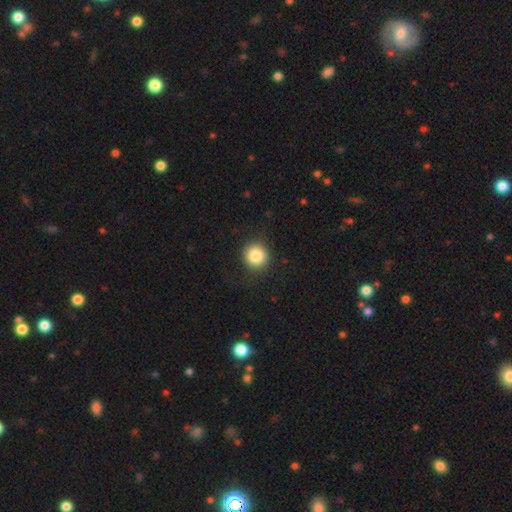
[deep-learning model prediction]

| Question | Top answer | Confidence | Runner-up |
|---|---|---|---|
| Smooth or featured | smooth | 84% | star or artifact (10%) |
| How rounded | round | 92% | in between (7%) |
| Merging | none | 88% | minor disturbance (8%) |